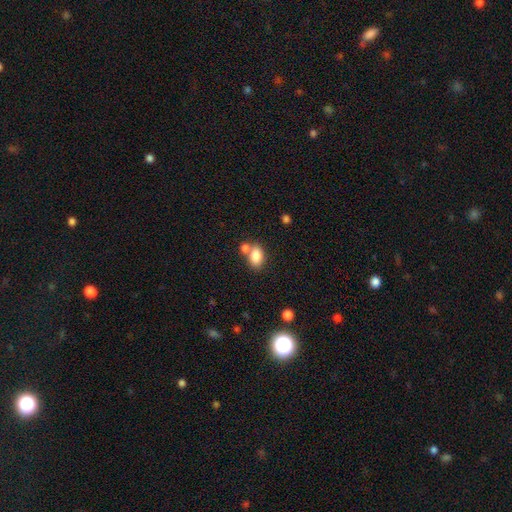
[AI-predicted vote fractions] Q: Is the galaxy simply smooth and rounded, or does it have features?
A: smooth — 83%.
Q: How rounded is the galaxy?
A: in between — 85%.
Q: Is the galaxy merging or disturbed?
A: none — 51%.